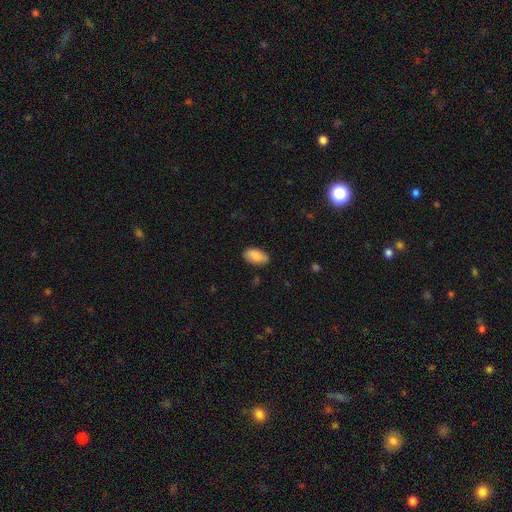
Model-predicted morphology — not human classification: smooth 87%, featured or disk 7%, star or artifact 6%. Down the decision tree: how rounded — in between (94%); merging — none (87%).